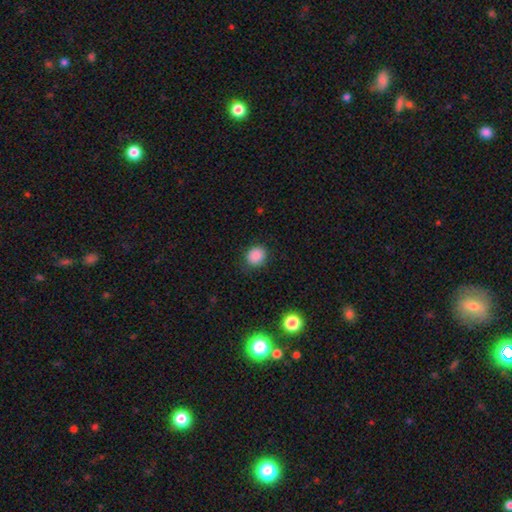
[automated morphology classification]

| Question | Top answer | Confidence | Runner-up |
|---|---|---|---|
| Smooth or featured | smooth | 87% | star or artifact (10%) |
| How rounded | round | 76% | in between (23%) |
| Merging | none | 85% | minor disturbance (10%) |